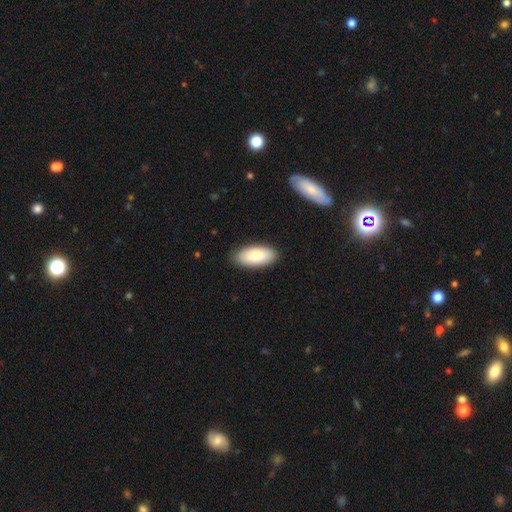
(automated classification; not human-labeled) Smooth or featured? smooth (82%)
How rounded? in between (90%)
Merging? none (88%)